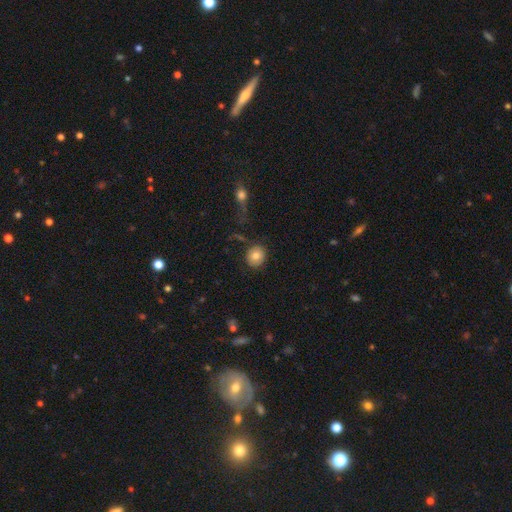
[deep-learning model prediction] Overall: smooth (81%). How rounded: round (82%). Merging: none (83%).